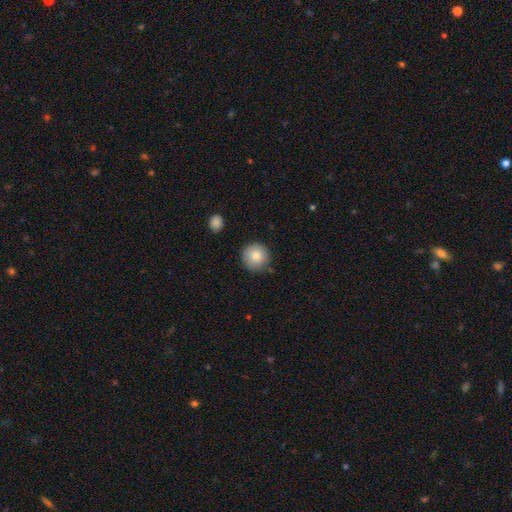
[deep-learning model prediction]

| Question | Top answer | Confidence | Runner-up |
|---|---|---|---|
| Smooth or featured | smooth | 83% | featured or disk (9%) |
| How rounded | round | 95% | in between (4%) |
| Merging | none | 85% | minor disturbance (10%) |